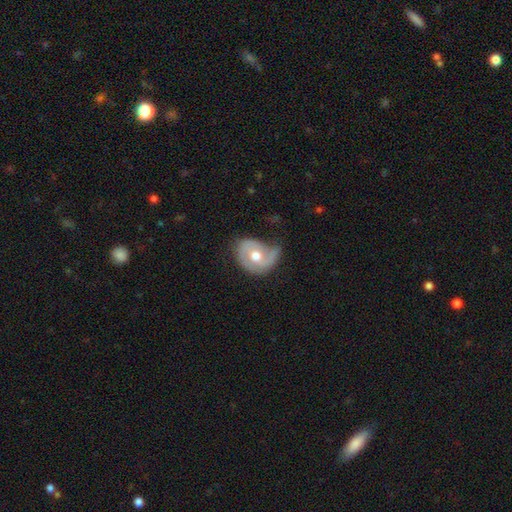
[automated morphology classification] featured or disk 61%, smooth 33%, star or artifact 6%. Down the decision tree: edge-on disk — no (96%); bar — no (73%); spiral arms — yes (73%); bulge size — moderate (78%); merging — none (37%, tied with minor disturbance).